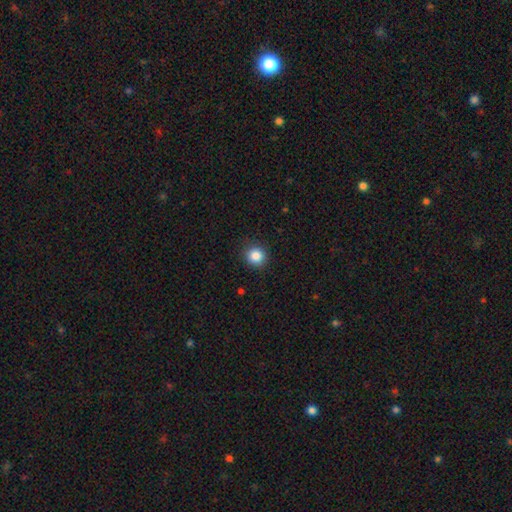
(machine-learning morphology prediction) The model was most divided on "smooth or featured": smooth: 86%, star or artifact: 10%, featured or disk: 4%. More confident: how rounded — round (92%); merging — none (90%).